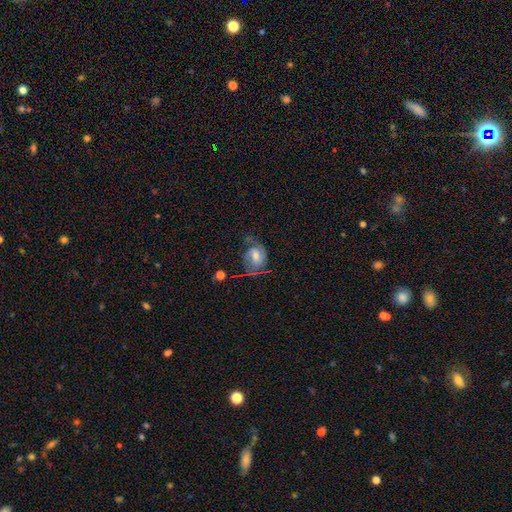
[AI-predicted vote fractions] Smooth or featured? featured or disk (62%)
Edge-on disk? no (96%)
Bar? no (47%)
Spiral arms? yes (86%)
Spiral winding? medium (42%)
Spiral arm count? 2 (65%)
Bulge size? moderate (59%)
Merging? none (52%)